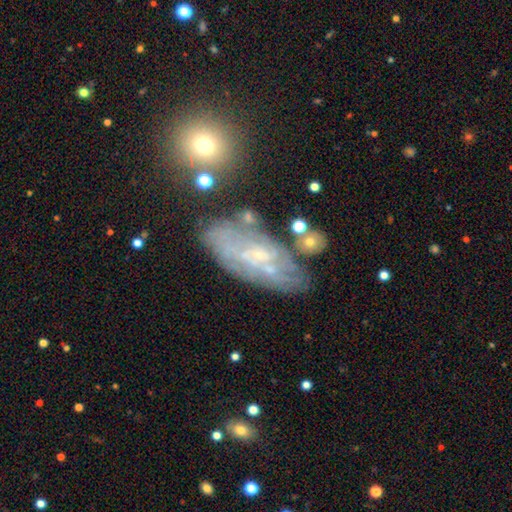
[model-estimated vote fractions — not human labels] A featured or disk galaxy (64%) with no bar (62%), spiral arms (58%) and a small central bulge (71%).

Vote fractions:
- Smooth or featured? featured or disk: 64% / smooth: 24% / star or artifact: 11%
- Edge-on disk? no: 89% / yes: 11%
- Bar? no: 62% / weak: 29% / strong: 8%
- Spiral arms? yes: 58% / no: 42%
- Bulge size? small: 71% / moderate: 14% / none: 13% / large: 1% / dominant: 1%
- Merging? none: 61% / minor disturbance: 22% / major disturbance: 11% / merger: 7%